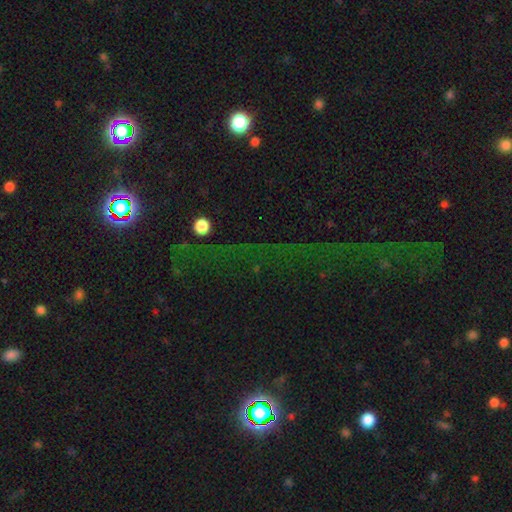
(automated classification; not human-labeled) The model was most divided on "smooth or featured": star or artifact: 72%, featured or disk: 14%, smooth: 14%.